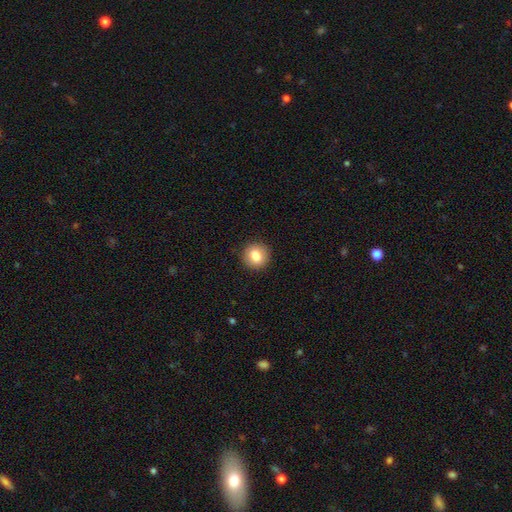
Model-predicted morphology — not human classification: Q: Smooth or featured?
A: smooth (83%); runner-up: star or artifact (9%)
Q: How rounded?
A: round (90%); runner-up: in between (9%)
Q: Merging?
A: none (92%); runner-up: minor disturbance (6%)